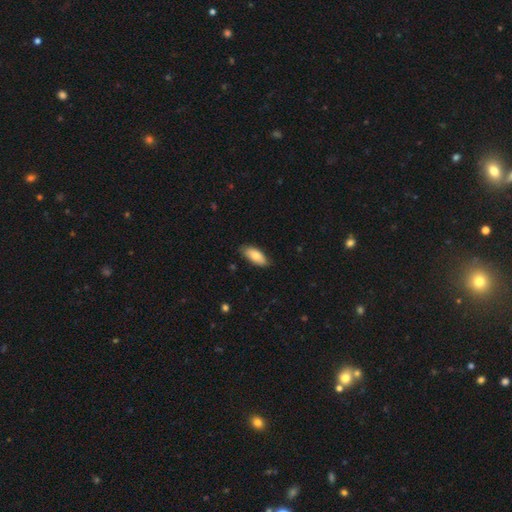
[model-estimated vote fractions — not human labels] Morphology: type=smooth (83%); roundness=in between (86%); merging=none (82%).